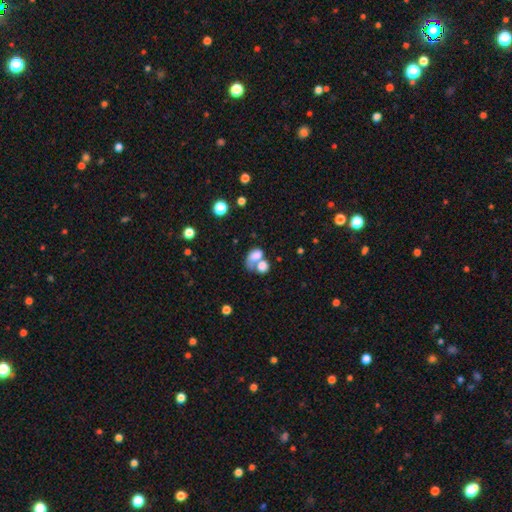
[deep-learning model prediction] This appears to be a smooth galaxy with no disk features (74%) that is in between round and cigar-shaped (76%). Merging: merger (60%).